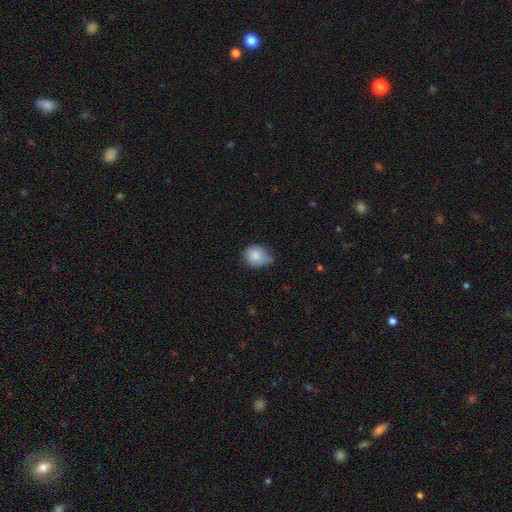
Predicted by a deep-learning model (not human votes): The model was most divided on "merging": minor disturbance: 45%, none: 42%, major disturbance: 10%, merger: 3%. More confident: smooth or featured — smooth (83%); how rounded — round (66%).